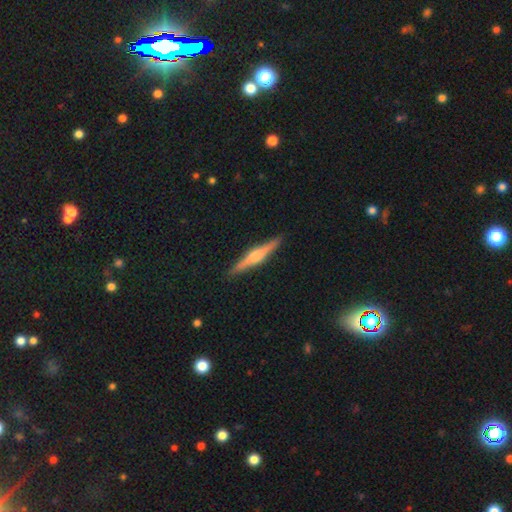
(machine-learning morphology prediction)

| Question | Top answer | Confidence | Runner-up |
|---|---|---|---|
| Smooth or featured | featured or disk | 70% | smooth (25%) |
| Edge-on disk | yes | 98% | no (2%) |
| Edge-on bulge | rounded | 82% | boxy (12%) |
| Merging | none | 91% | minor disturbance (6%) |